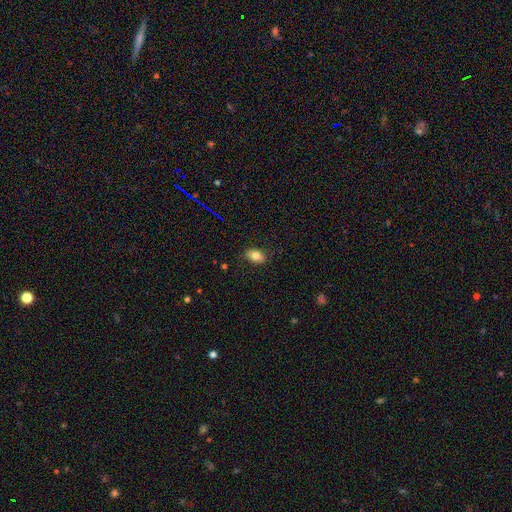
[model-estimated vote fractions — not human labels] The model was most divided on "how rounded": in between: 82%, round: 16%, cigar-shaped: 2%. More confident: merging — none (83%); smooth or featured — smooth (78%).